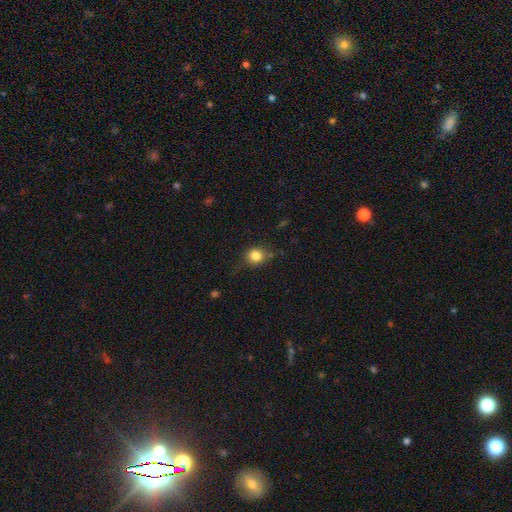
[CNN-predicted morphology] Smooth or featured?
  - smooth: 81% *
  - star or artifact: 11%
  - featured or disk: 8%
How rounded?
  - round: 81% *
  - in between: 18%
  - cigar-shaped: 1%
Merging?
  - none: 69% *
  - minor disturbance: 22%
  - major disturbance: 6%
  - merger: 3%